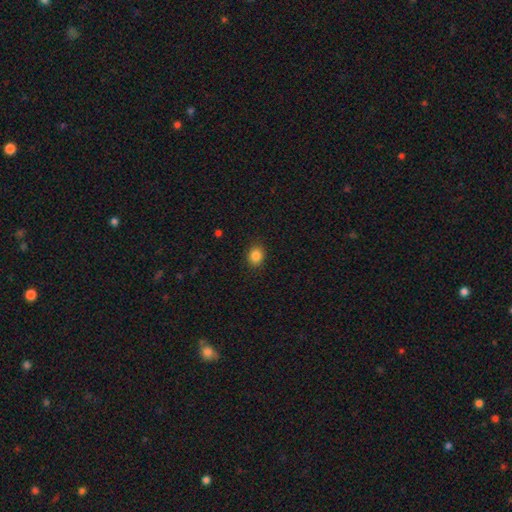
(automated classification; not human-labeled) Overall: smooth (85%). How rounded: round (62%; in between 37%). Merging: none (89%).